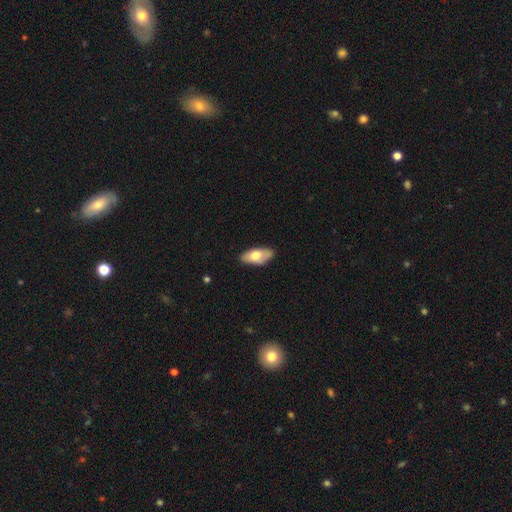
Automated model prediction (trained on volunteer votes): Smooth or featured?
  - smooth: 64% *
  - featured or disk: 30%
  - star or artifact: 6%
How rounded?
  - in between: 90% *
  - cigar-shaped: 8%
  - round: 3%
Merging?
  - none: 80% *
  - minor disturbance: 16%
  - major disturbance: 3%
  - merger: 1%